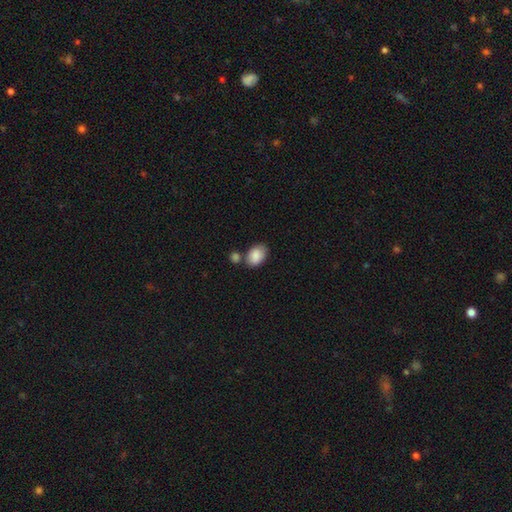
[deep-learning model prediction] Q: Smooth or featured?
A: smooth (87%); runner-up: star or artifact (7%)
Q: How rounded?
A: in between (85%); runner-up: round (14%)
Q: Merging?
A: none (61%); runner-up: merger (20%)